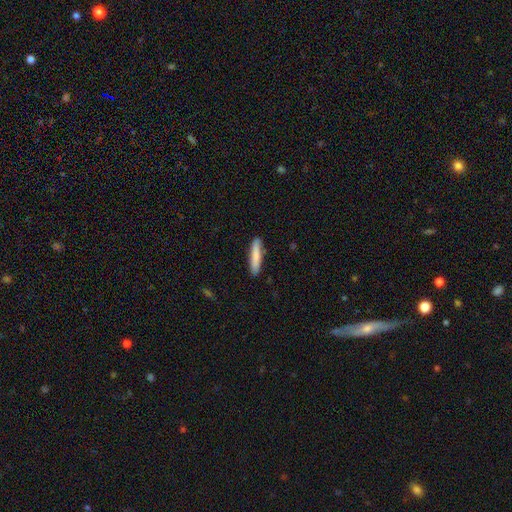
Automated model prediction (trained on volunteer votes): Smooth or featured?
  - smooth: 81% *
  - featured or disk: 14%
  - star or artifact: 5%
How rounded?
  - cigar-shaped: 88% *
  - in between: 11%
  - round: 1%
Merging?
  - none: 86% *
  - minor disturbance: 10%
  - major disturbance: 2%
  - merger: 2%